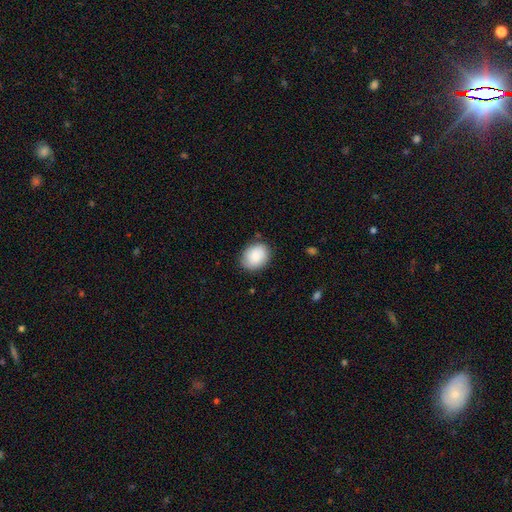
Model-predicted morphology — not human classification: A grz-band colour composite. It shows a smooth galaxy with no disk features (82%) that is in between round and cigar-shaped (50%). Merging: none (82%).